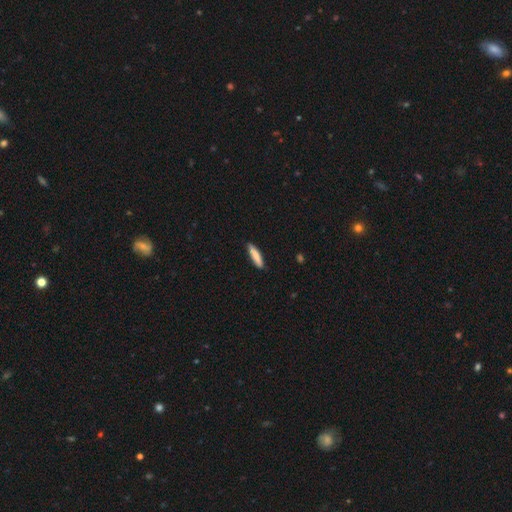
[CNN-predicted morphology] Smooth or featured: smooth — 84% (featured or disk — 10%)
How rounded: cigar-shaped — 83% (in between — 15%)
Merging: none — 89% (minor disturbance — 9%)